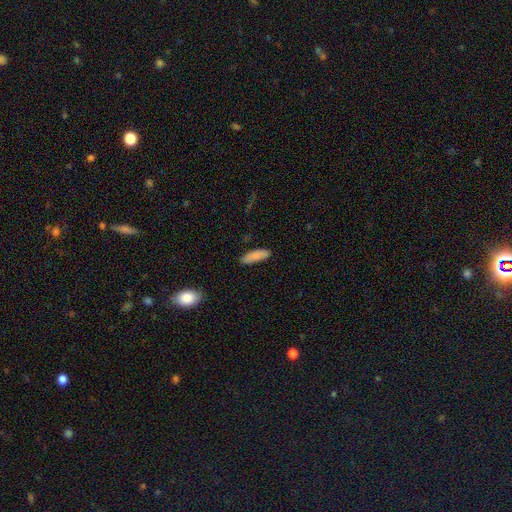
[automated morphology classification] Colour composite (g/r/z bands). It shows a smooth galaxy with no disk features (85%) that is in between round and cigar-shaped (55%). Merging: none (84%).